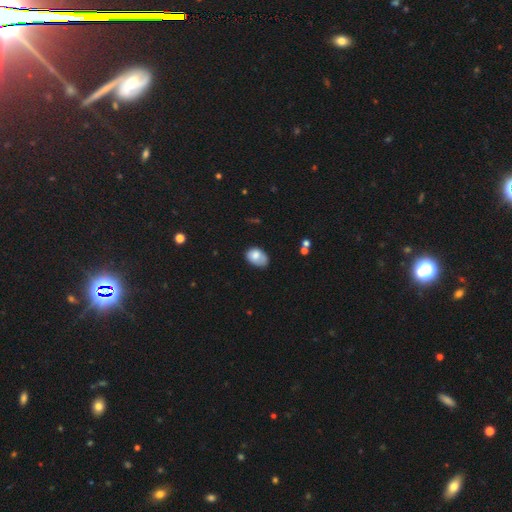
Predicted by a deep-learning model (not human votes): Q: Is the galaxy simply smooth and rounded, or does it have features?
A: smooth — 77%.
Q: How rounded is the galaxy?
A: in between — 80%.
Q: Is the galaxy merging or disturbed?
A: none — 49%.